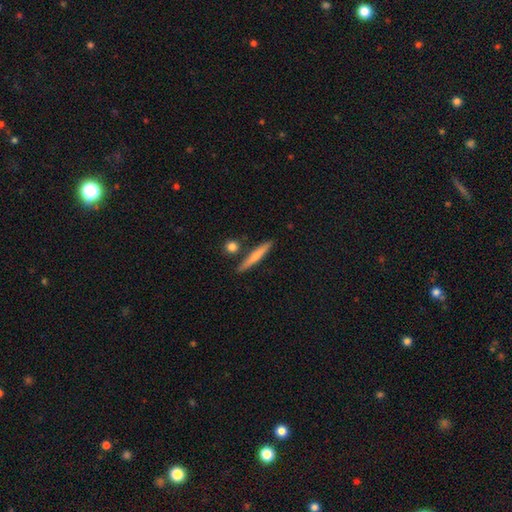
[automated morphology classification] Smooth or featured?
  - smooth: 60% *
  - featured or disk: 34%
  - star or artifact: 6%
How rounded?
  - cigar-shaped: 93% *
  - in between: 5%
  - round: 2%
Merging?
  - none: 84% *
  - minor disturbance: 9%
  - merger: 6%
  - major disturbance: 2%